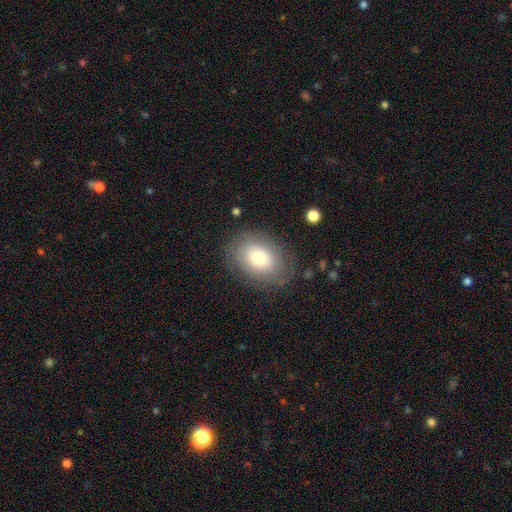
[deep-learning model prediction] A smooth galaxy with no disk features (60%) that is in between round and cigar-shaped (68%). Merging: none (81%).